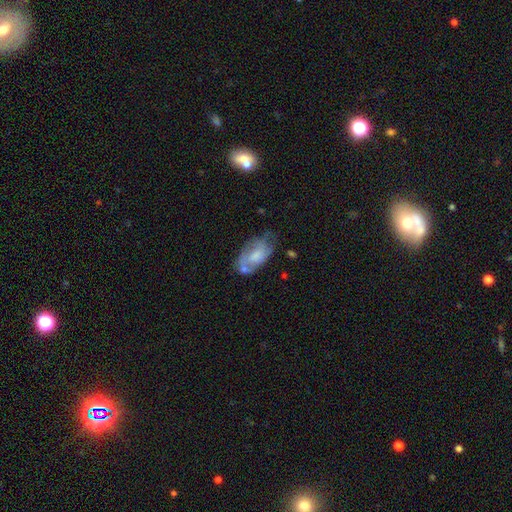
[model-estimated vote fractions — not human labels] Overall: smooth (49%; featured or disk 44%). Merging: none (38%; minor disturbance 30%).